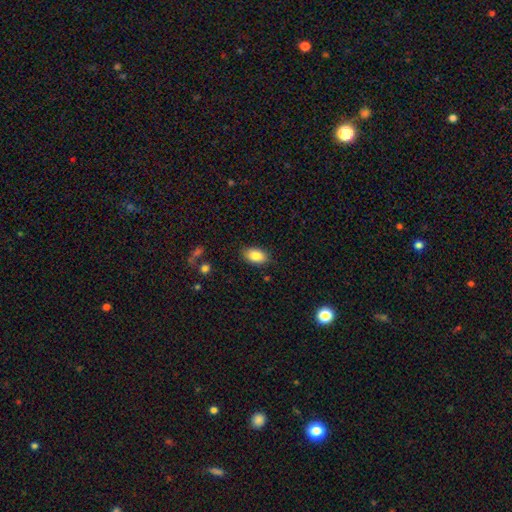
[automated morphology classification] Q: Smooth or featured?
A: smooth (86%); runner-up: star or artifact (8%)
Q: How rounded?
A: in between (91%); runner-up: round (7%)
Q: Merging?
A: none (86%); runner-up: minor disturbance (11%)